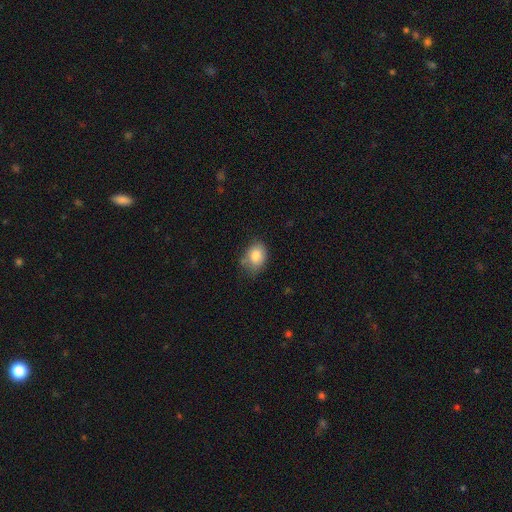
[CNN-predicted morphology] This appears to be a smooth galaxy with no disk features (84%) that is in between round and cigar-shaped (70%). Merging: none (61%).